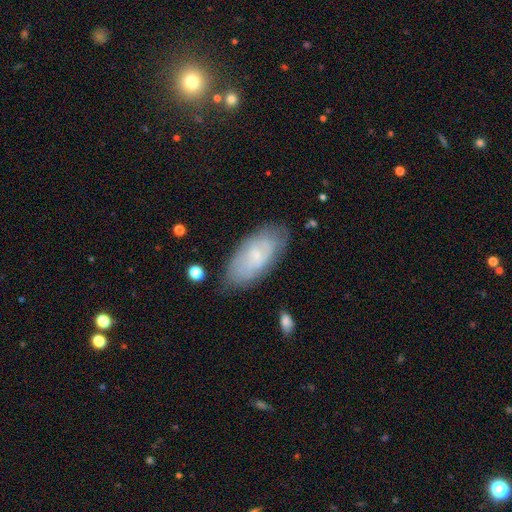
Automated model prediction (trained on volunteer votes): Smooth or featured? smooth (48%)
Merging? none (75%)